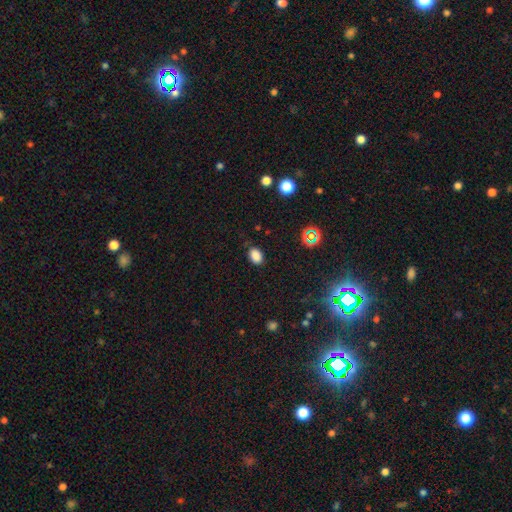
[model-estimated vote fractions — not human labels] Smooth or featured: smooth — 83% (star or artifact — 13%)
How rounded: in between — 79% (round — 20%)
Merging: none — 81% (minor disturbance — 15%)